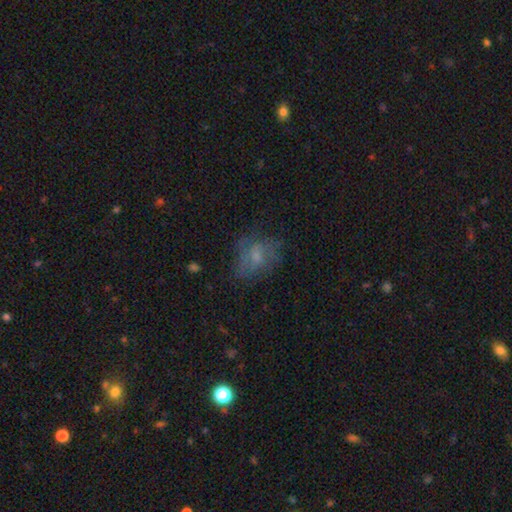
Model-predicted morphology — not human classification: This appears to be a smooth galaxy with no disk features (49%). Merging: none (55%).